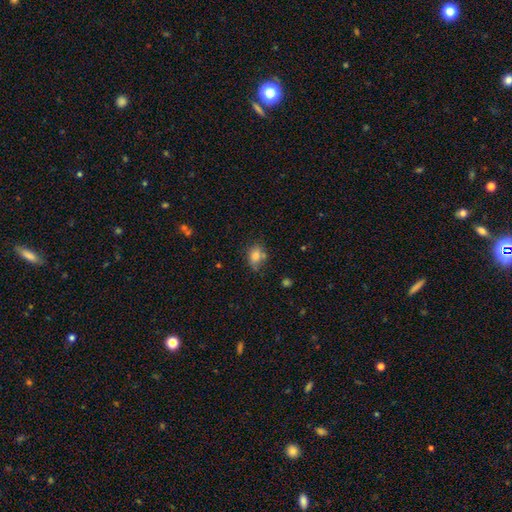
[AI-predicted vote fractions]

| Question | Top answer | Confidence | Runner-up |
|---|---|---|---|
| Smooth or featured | smooth | 79% | star or artifact (11%) |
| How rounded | in between | 57% | round (41%) |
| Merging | none | 60% | minor disturbance (21%) |